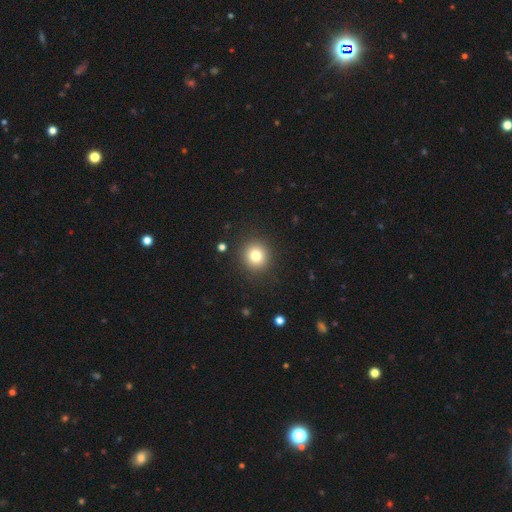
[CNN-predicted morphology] smooth-or-featured: smooth: 80% | star or artifact: 12% | featured or disk: 8%
  how-rounded: round: 91% | in between: 8% | cigar-shaped: 1%
  merging: none: 90% | minor disturbance: 6% | major disturbance: 2% | merger: 1%